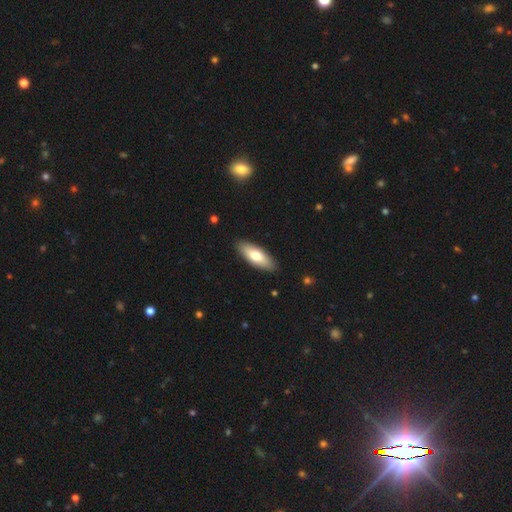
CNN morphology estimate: A smooth galaxy with no disk features (70%) that is in between round and cigar-shaped (70%).

Vote fractions:
- Smooth or featured? smooth: 70% / featured or disk: 24% / star or artifact: 5%
- How rounded? in between: 70% / cigar-shaped: 28% / round: 2%
- Merging? none: 90% / minor disturbance: 8% / major disturbance: 2% / merger: 1%